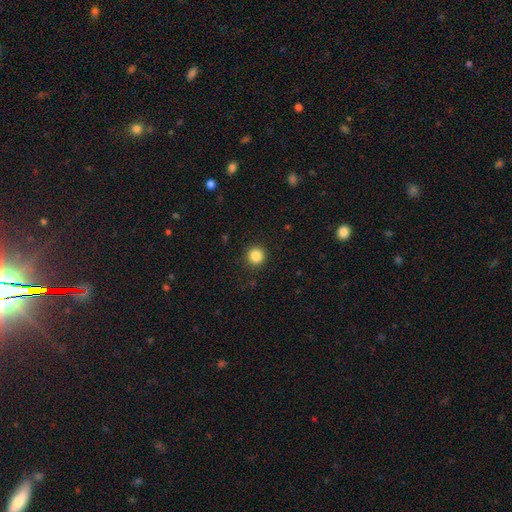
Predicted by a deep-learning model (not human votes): Overall: smooth (86%). How rounded: round (95%). Merging: none (92%).